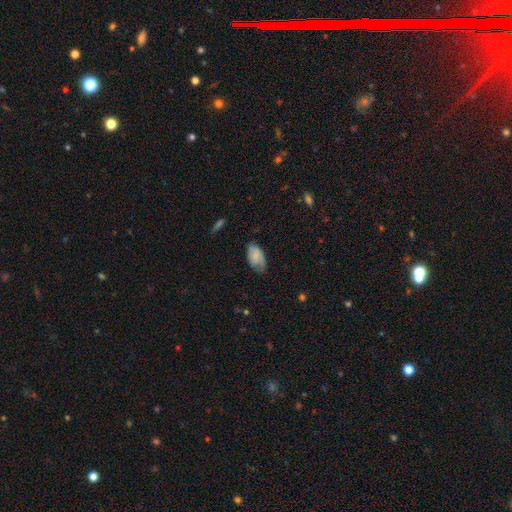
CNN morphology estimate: Smooth or featured? Predicted: smooth (p=0.67). How rounded? Predicted: in between (p=0.93). Merging? Predicted: none (p=0.55).